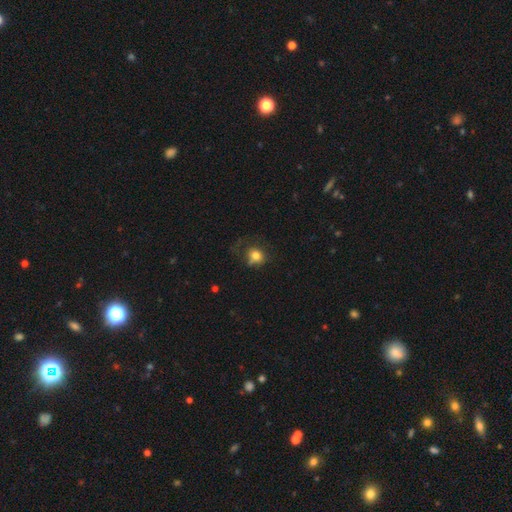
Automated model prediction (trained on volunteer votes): Q: Smooth or featured?
A: smooth (75%); runner-up: featured or disk (13%)
Q: How rounded?
A: round (69%); runner-up: in between (30%)
Q: Merging?
A: none (47%); runner-up: minor disturbance (24%)